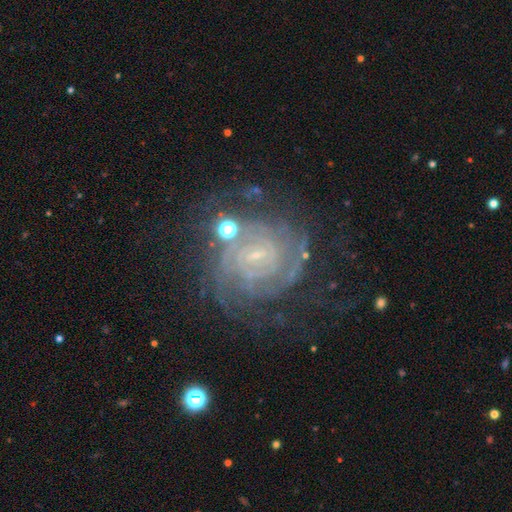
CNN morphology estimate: Smooth or featured: featured or disk — 84% (star or artifact — 9%)
Edge-on disk: no — 97% (yes — 3%)
Bar: no — 45% (weak — 41%)
Spiral arms: yes — 95% (no — 5%)
Spiral winding: tight — 74% (medium — 21%)
Spiral arm count: can't tell — 38% (2 — 20%)
Bulge size: small — 82% (none — 8%)
Merging: none — 65% (minor disturbance — 17%)